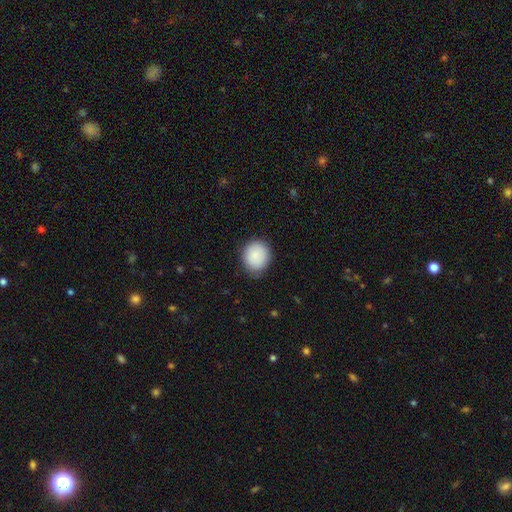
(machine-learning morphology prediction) This appears to be a smooth galaxy with no disk features (88%) that is round (77%). Merging: none (80%).